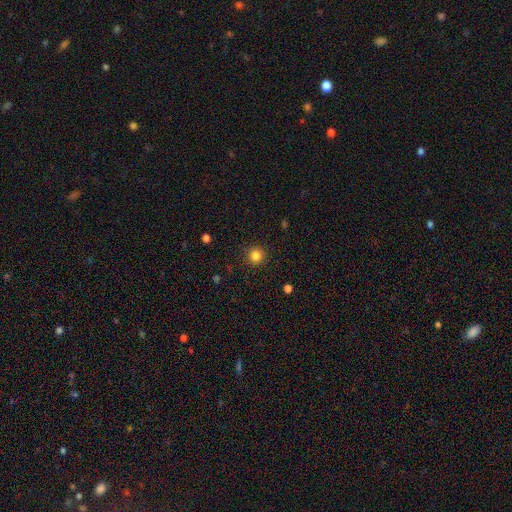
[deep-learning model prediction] A smooth galaxy with no disk features (83%) that is round (94%). Merging: none (91%).